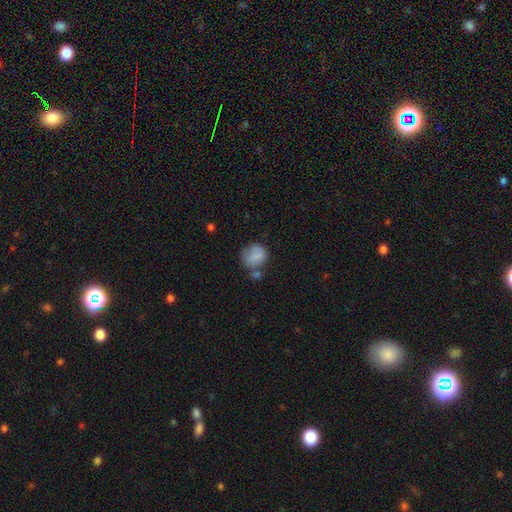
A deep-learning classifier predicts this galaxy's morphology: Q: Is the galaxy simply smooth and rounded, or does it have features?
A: smooth — 79%.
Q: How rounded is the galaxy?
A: round — 70%.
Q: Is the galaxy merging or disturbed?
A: none — 47%.